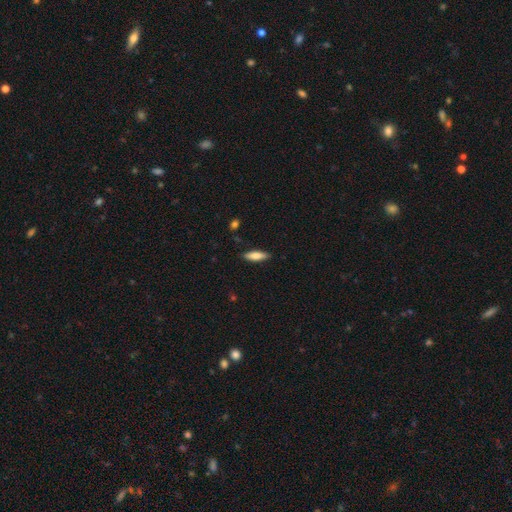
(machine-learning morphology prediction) The model was most divided on "how rounded": cigar-shaped: 51%, in between: 47%, round: 2%. More confident: merging — none (86%); smooth or featured — smooth (79%).